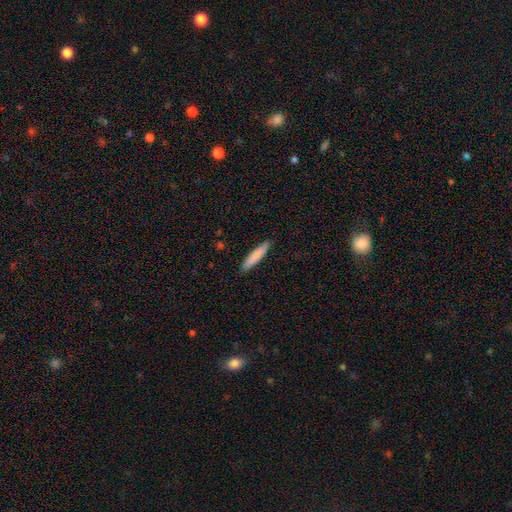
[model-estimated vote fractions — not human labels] Smooth or featured? smooth (82%)
How rounded? cigar-shaped (89%)
Merging? none (89%)